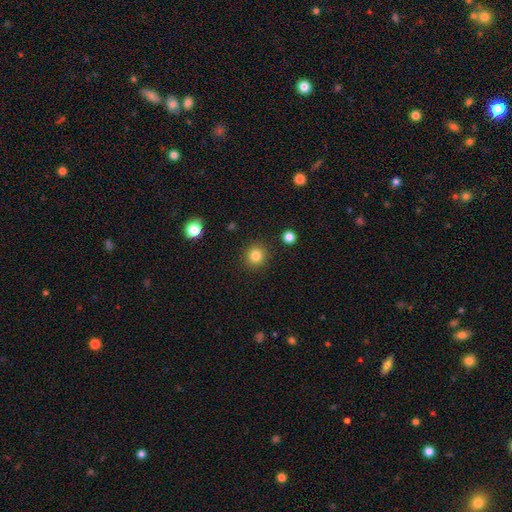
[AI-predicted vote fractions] The model was most divided on "smooth or featured": smooth: 83%, star or artifact: 12%, featured or disk: 5%. More confident: how rounded — round (93%); merging — none (91%).